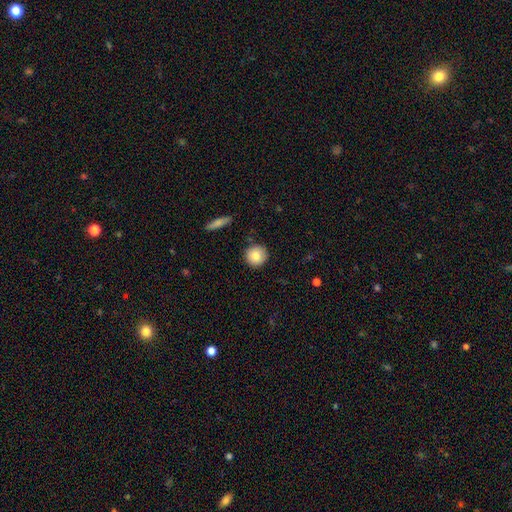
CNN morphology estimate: The model was most divided on "smooth or featured": smooth: 82%, featured or disk: 10%, star or artifact: 8%. More confident: how rounded — round (94%); merging — none (90%).